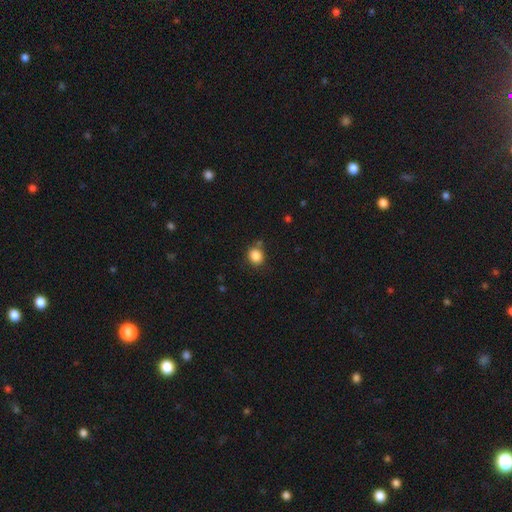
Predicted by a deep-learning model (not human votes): Smooth or featured?
  - smooth: 85% *
  - star or artifact: 10%
  - featured or disk: 5%
How rounded?
  - round: 70% *
  - in between: 29%
  - cigar-shaped: 1%
Merging?
  - none: 77% *
  - minor disturbance: 13%
  - merger: 6%
  - major disturbance: 4%